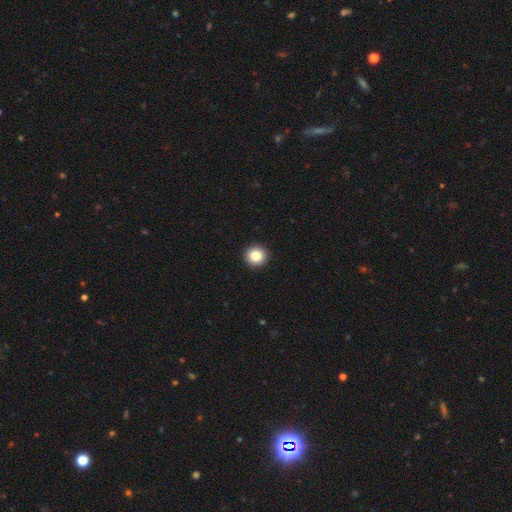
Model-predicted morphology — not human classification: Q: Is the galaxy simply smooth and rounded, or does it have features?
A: smooth — 85%.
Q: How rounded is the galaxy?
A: round — 95%.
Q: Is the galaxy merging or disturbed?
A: none — 94%.